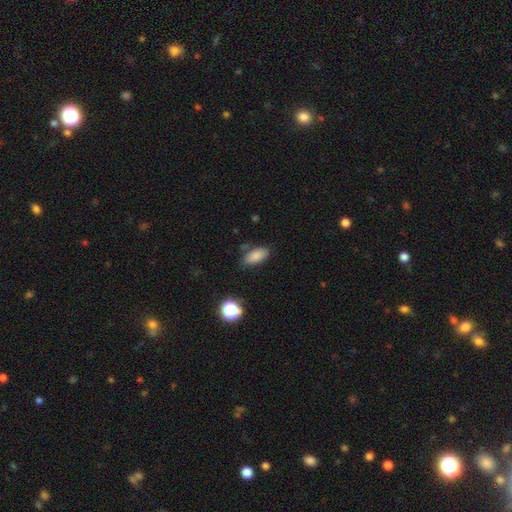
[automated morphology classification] This appears to be a smooth galaxy with no disk features (82%) that is in between round and cigar-shaped (89%). Merging: none (73%).